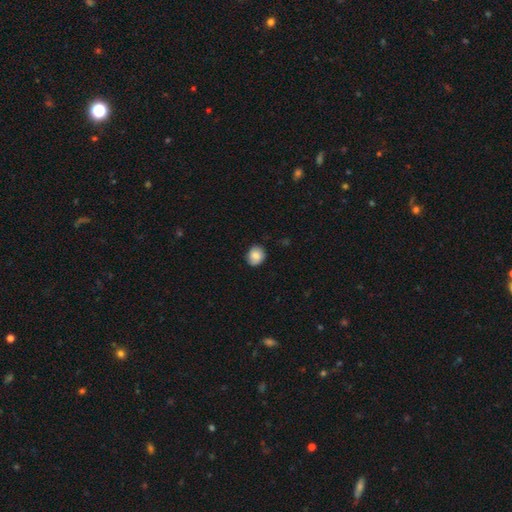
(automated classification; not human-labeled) This is clearly a smooth galaxy (85%). How rounded: likely round (68%). Merging: clearly none (83%).